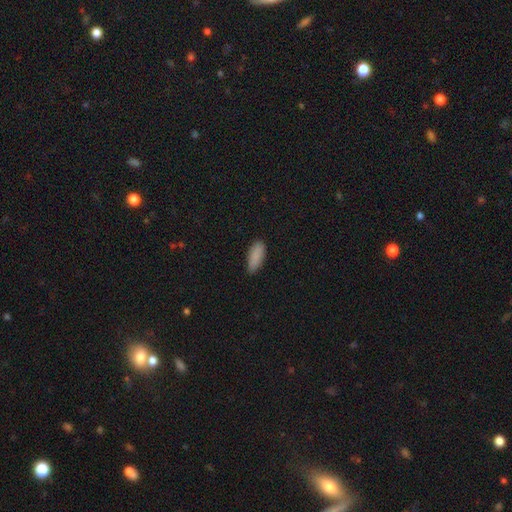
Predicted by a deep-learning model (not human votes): smooth 87%, star or artifact 7%, featured or disk 5%. Down the decision tree: how rounded — in between (73%); merging — none (76%).